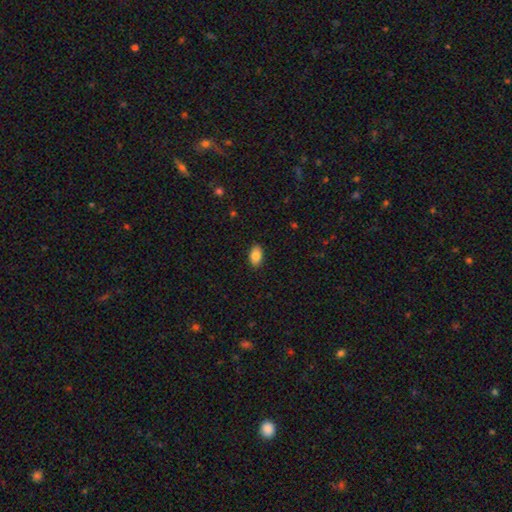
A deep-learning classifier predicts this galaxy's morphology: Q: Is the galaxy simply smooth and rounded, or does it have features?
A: smooth — 86%.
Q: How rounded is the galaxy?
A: in between — 91%.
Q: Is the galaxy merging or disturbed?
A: none — 89%.